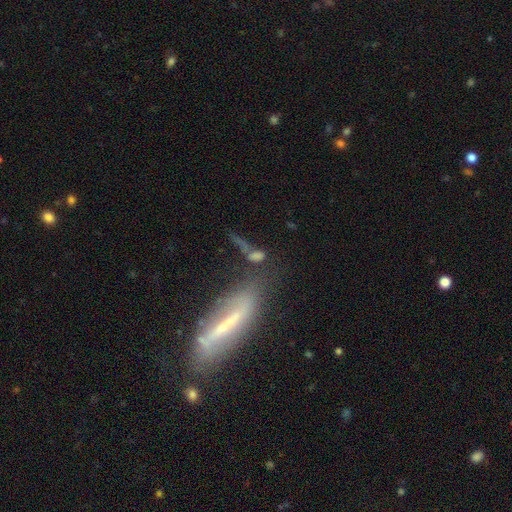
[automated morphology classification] Smooth or featured? Predicted: smooth (p=0.49). Merging? Predicted: none (p=0.40).